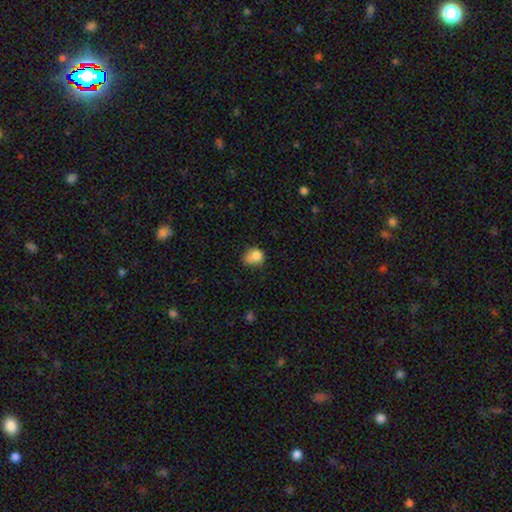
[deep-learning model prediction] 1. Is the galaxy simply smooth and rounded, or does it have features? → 80% smooth, 10% star or artifact, 10% featured or disk.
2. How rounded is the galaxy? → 60% round, 39% in between, 1% cigar-shaped.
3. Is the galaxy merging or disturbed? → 38% minor disturbance, 37% none, 15% major disturbance, 9% merger.